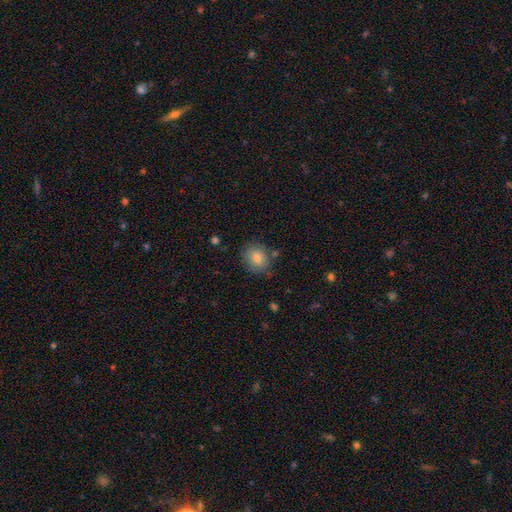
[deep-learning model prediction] Smooth or featured: smooth — 81% (featured or disk — 10%)
How rounded: round — 58% (in between — 41%)
Merging: none — 78% (minor disturbance — 14%)